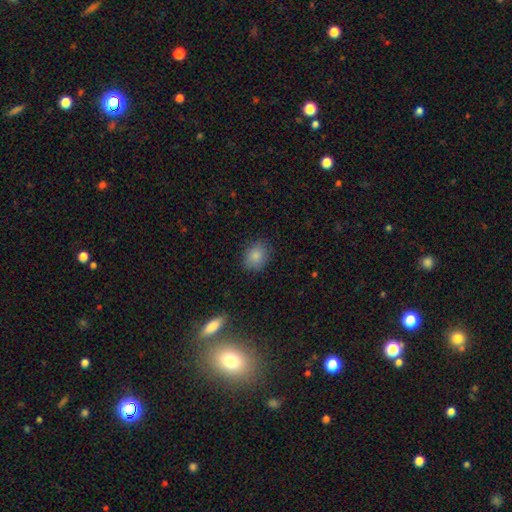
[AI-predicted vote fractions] Smooth or featured?
  - smooth: 84% *
  - star or artifact: 9%
  - featured or disk: 6%
How rounded?
  - in between: 53% *
  - round: 46%
  - cigar-shaped: 1%
Merging?
  - none: 84% *
  - minor disturbance: 12%
  - major disturbance: 3%
  - merger: 1%